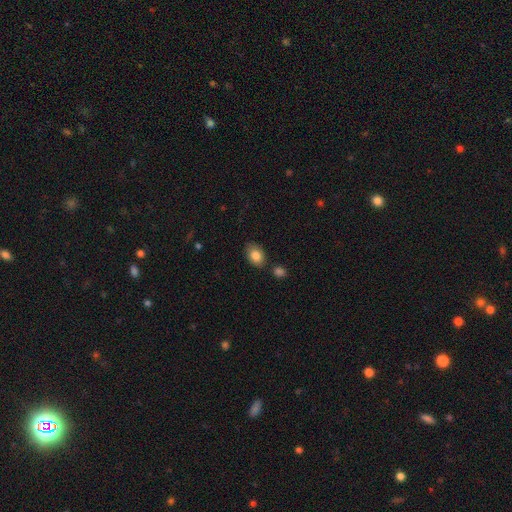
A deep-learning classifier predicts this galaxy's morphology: This is clearly a smooth galaxy (84%). How rounded: clearly in between (81%). Merging: likely none (78%).